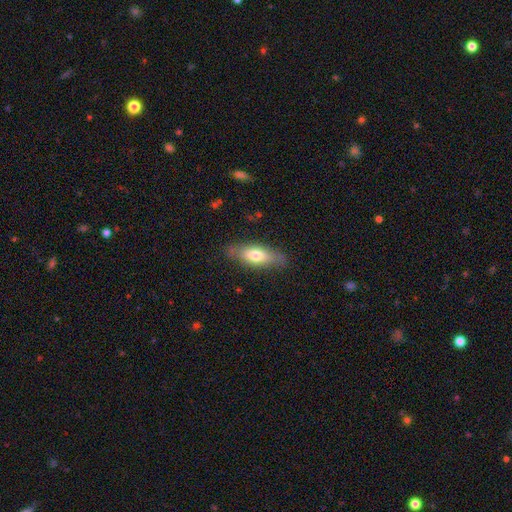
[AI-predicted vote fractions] smooth-or-featured: smooth: 67% | featured or disk: 27% | star or artifact: 7%
  how-rounded: in between: 68% | cigar-shaped: 29% | round: 3%
  merging: none: 77% | minor disturbance: 17% | major disturbance: 4% | merger: 1%